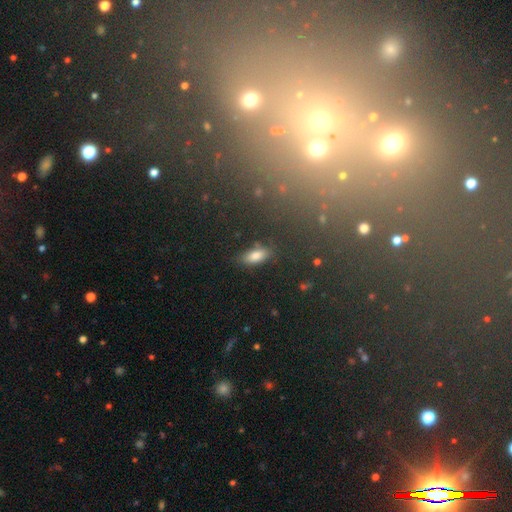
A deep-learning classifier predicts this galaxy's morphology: This is clearly a smooth galaxy (82%). How rounded: clearly in between (83%). Merging: likely none (80%).